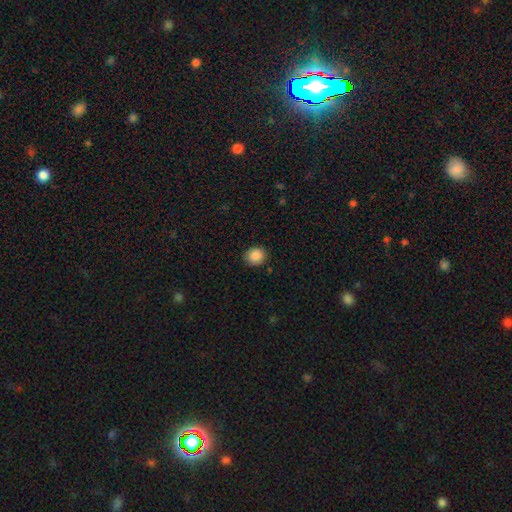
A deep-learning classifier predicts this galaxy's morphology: A smooth galaxy with no disk features (88%) that is round (72%). Merging: none (86%).